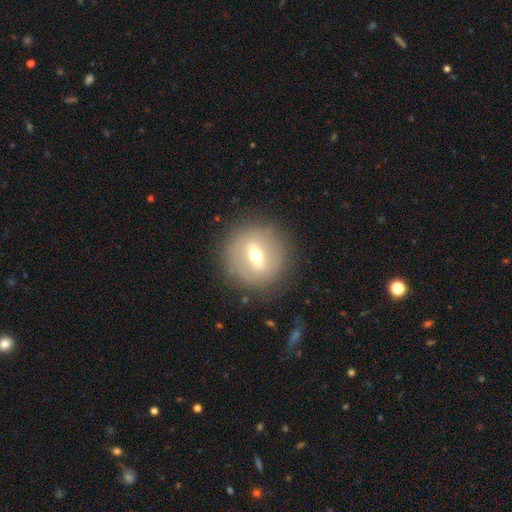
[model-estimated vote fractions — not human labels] This is possibly a featured or disk galaxy (58%). It is likely not viewed edge-on (75%). Merging: clearly none (85%).